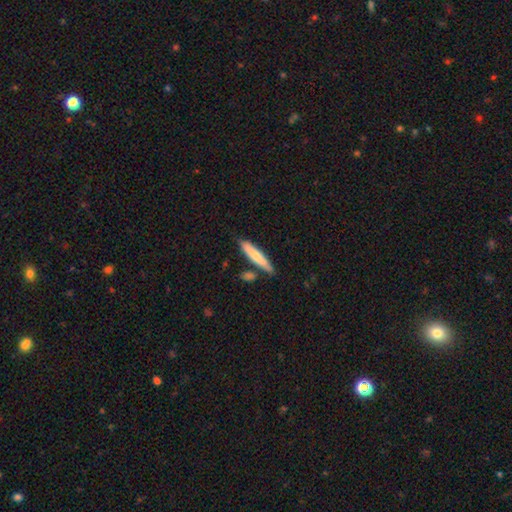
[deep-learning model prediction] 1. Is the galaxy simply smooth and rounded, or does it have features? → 71% smooth, 24% featured or disk, 5% star or artifact.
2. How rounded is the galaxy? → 88% cigar-shaped, 11% in between, 1% round.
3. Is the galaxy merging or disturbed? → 75% none, 14% minor disturbance, 8% merger, 3% major disturbance.